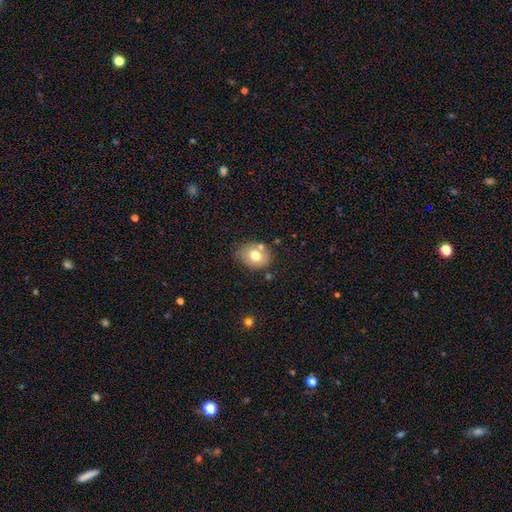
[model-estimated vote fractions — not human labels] A smooth galaxy with no disk features (70%) that is in between round and cigar-shaped (51%). Merging: none (63%).